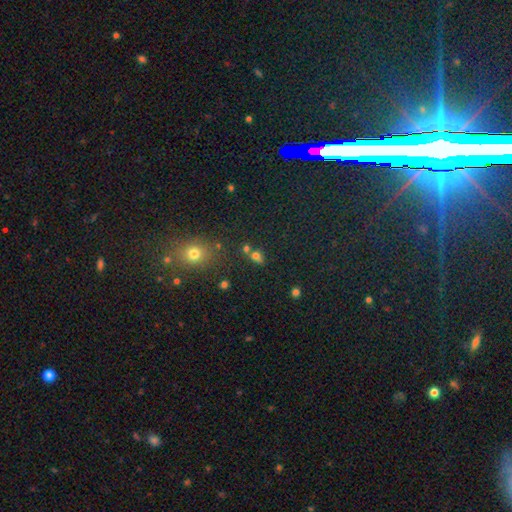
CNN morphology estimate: The model was most divided on "how rounded": in between: 59%, round: 37%, cigar-shaped: 4%. More confident: smooth or featured — smooth (69%); merging — none (55%).